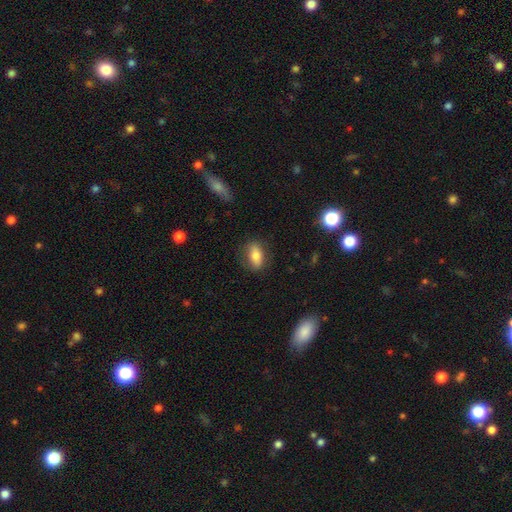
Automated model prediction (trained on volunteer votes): The model was most divided on "smooth or featured": smooth: 74%, featured or disk: 19%, star or artifact: 8%. More confident: how rounded — in between (83%); merging — none (80%).